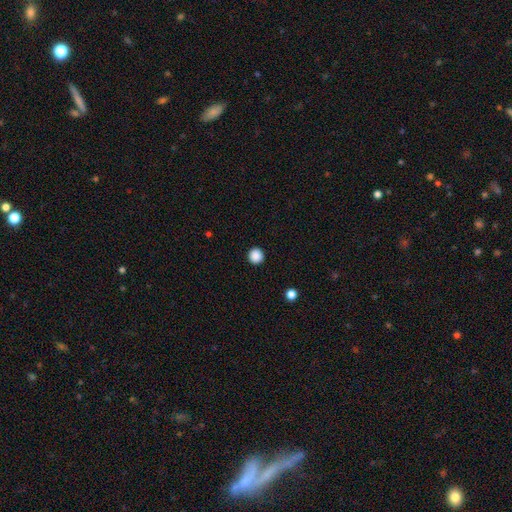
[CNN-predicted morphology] Q: Smooth or featured?
A: smooth (88%); runner-up: star or artifact (10%)
Q: How rounded?
A: round (96%); runner-up: in between (3%)
Q: Merging?
A: none (93%); runner-up: minor disturbance (4%)